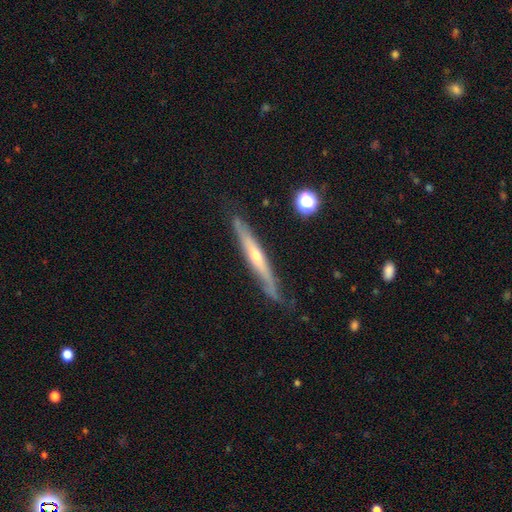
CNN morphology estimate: Smooth or featured? featured or disk (71%)
Edge-on disk? yes (93%)
Edge-on bulge? rounded (77%)
Merging? none (79%)